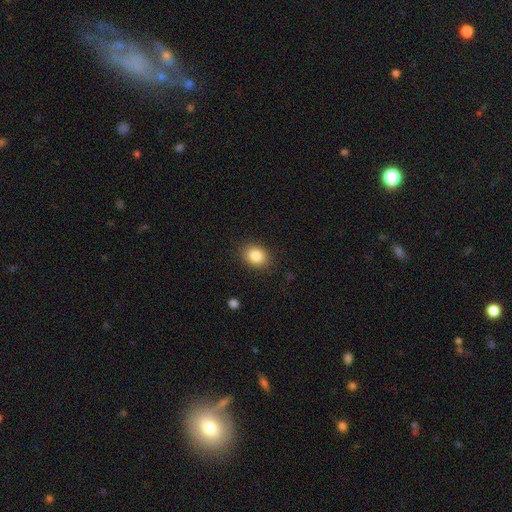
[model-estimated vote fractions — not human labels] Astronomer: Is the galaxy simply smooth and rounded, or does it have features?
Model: smooth — 85%.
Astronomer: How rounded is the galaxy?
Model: in between — 53% (runner-up: round, 46%).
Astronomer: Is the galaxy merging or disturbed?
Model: none — 87%.